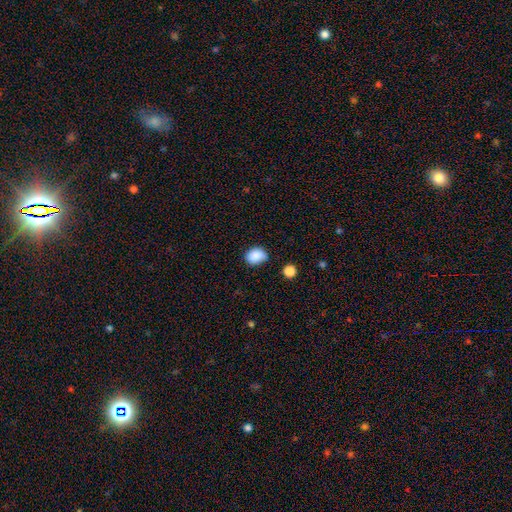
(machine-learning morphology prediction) This is clearly a smooth galaxy (88%). How rounded: likely in between (61%). Merging: likely none (74%).